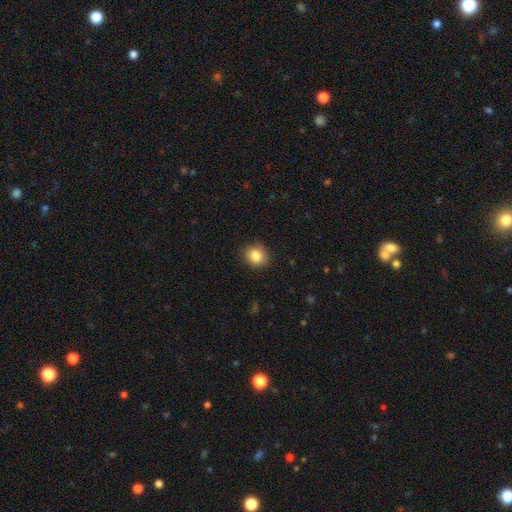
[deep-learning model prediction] This appears to be a smooth galaxy with no disk features (85%) that is round (74%). Merging: none (83%).